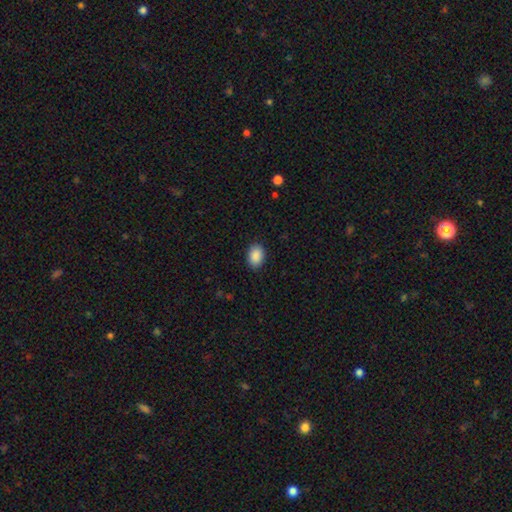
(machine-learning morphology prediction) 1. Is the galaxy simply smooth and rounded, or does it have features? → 90% smooth, 7% star or artifact, 3% featured or disk.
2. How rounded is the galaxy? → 79% in between, 20% round, 1% cigar-shaped.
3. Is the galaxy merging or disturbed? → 88% none, 9% minor disturbance, 2% major disturbance, 1% merger.